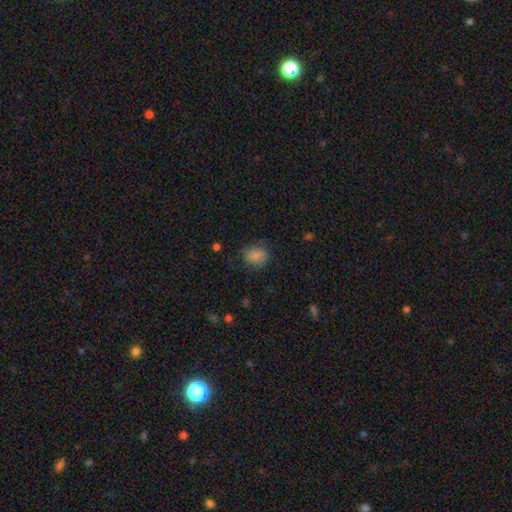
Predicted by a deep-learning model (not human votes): The model was most divided on "how rounded": round: 58%, in between: 41%, cigar-shaped: 1%. More confident: smooth or featured — smooth (81%); merging — none (70%).